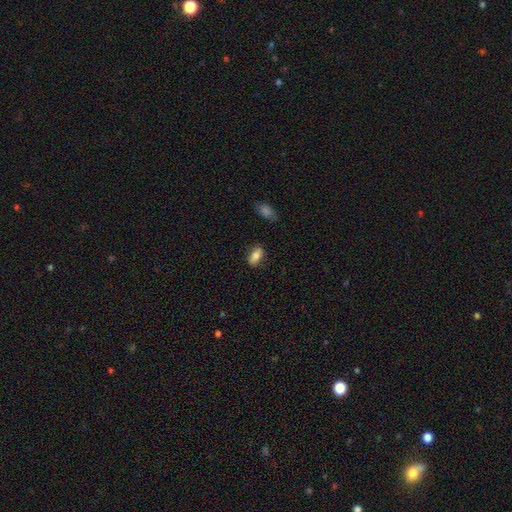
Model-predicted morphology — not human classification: smooth 83%, featured or disk 10%, star or artifact 8%. Down the decision tree: how rounded — in between (89%); merging — none (80%).